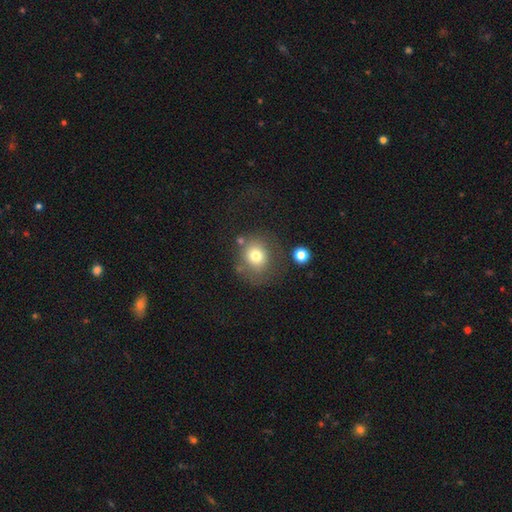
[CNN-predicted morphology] A smooth galaxy with no disk features (75%) that is round (78%).

Vote fractions:
- Smooth or featured? smooth: 75% / featured or disk: 14% / star or artifact: 12%
- How rounded? round: 78% / in between: 21% / cigar-shaped: 1%
- Merging? none: 62% / minor disturbance: 19% / major disturbance: 11% / merger: 8%